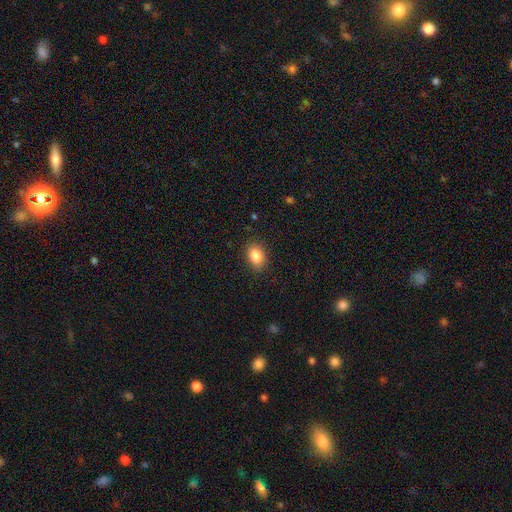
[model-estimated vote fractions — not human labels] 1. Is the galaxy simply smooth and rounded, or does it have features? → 85% smooth, 9% star or artifact, 6% featured or disk.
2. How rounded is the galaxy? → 80% in between, 19% round, 1% cigar-shaped.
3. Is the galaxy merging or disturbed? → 87% none, 9% minor disturbance, 2% major disturbance, 1% merger.